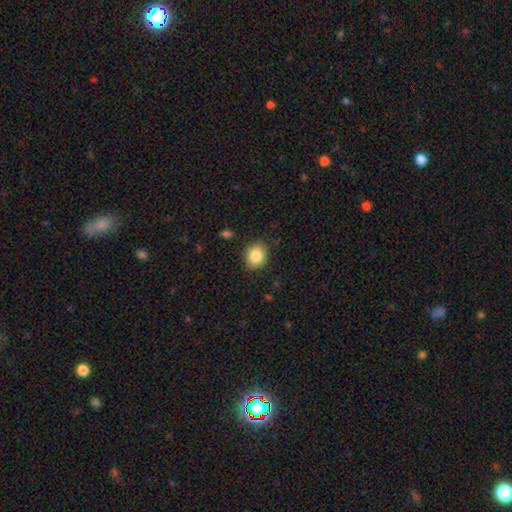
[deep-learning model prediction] Q: Smooth or featured?
A: smooth (86%); runner-up: star or artifact (8%)
Q: How rounded?
A: round (54%); runner-up: in between (45%)
Q: Merging?
A: none (86%); runner-up: minor disturbance (10%)